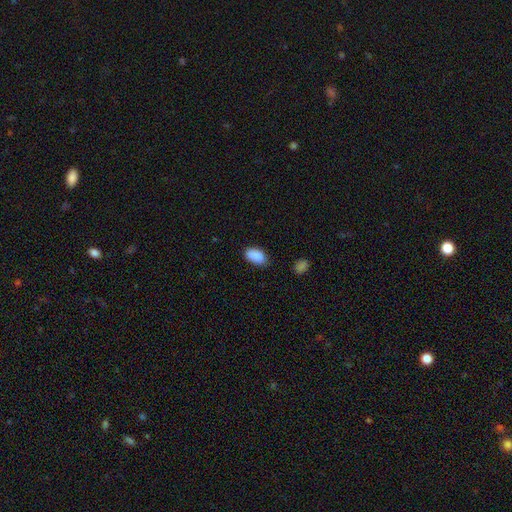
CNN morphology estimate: This is clearly a smooth galaxy (89%). How rounded: clearly in between (94%). Merging: likely none (71%).